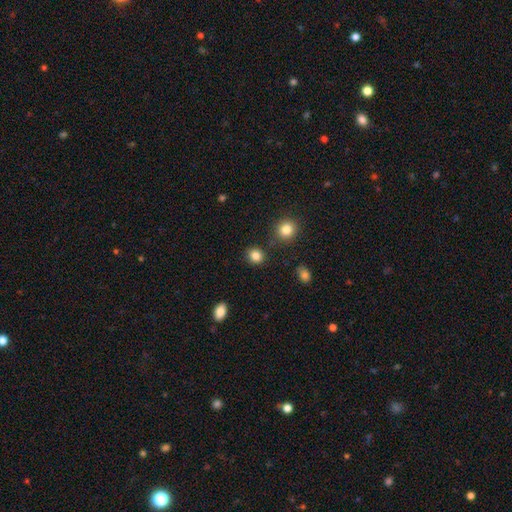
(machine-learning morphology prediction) This appears to be a smooth galaxy with no disk features (85%) that is round (82%). Merging: none (88%).